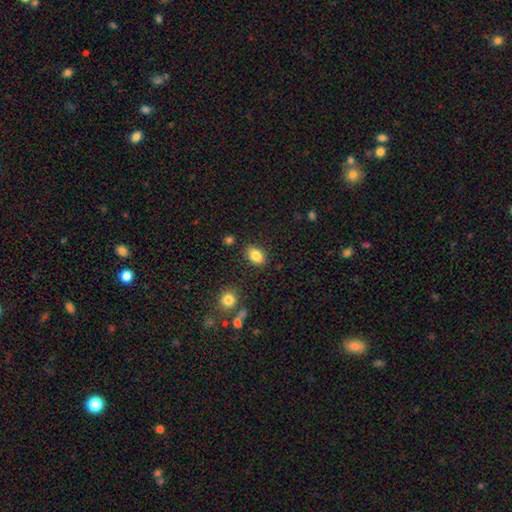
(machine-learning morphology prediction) smooth 85%, star or artifact 9%, featured or disk 7%. Down the decision tree: how rounded — in between (85%); merging — none (85%).